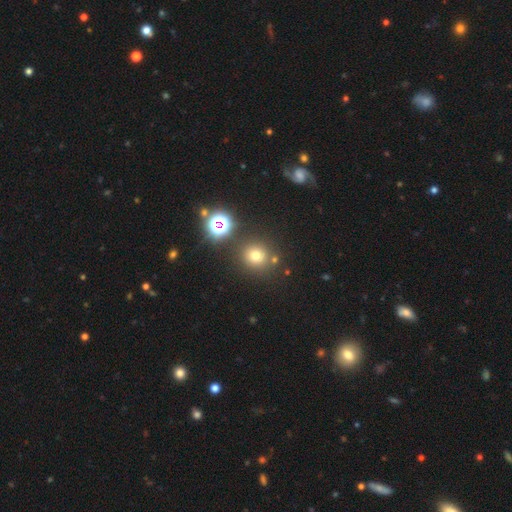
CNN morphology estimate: Q: Smooth or featured?
A: smooth (69%); runner-up: star or artifact (23%)
Q: How rounded?
A: round (90%); runner-up: in between (9%)
Q: Merging?
A: none (82%); runner-up: minor disturbance (8%)